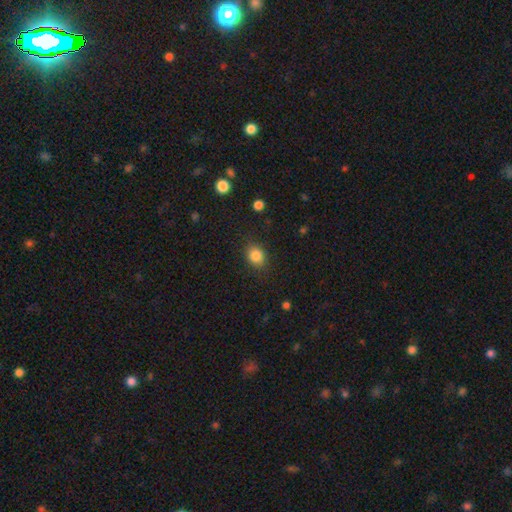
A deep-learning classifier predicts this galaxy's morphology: A smooth galaxy with no disk features (84%) that is round (58%). Merging: none (84%).